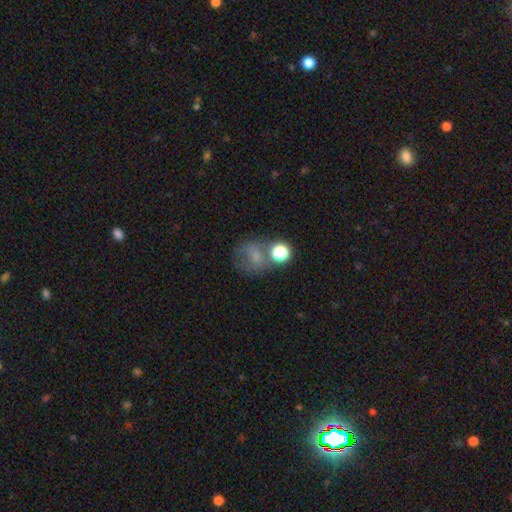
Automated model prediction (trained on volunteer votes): A smooth galaxy with no disk features (60%) that is round (72%).

Vote fractions:
- Smooth or featured? smooth: 60% / featured or disk: 20% / star or artifact: 20%
- How rounded? round: 72% / in between: 27% / cigar-shaped: 1%
- Merging? none: 47% / merger: 21% / minor disturbance: 18% / major disturbance: 15%